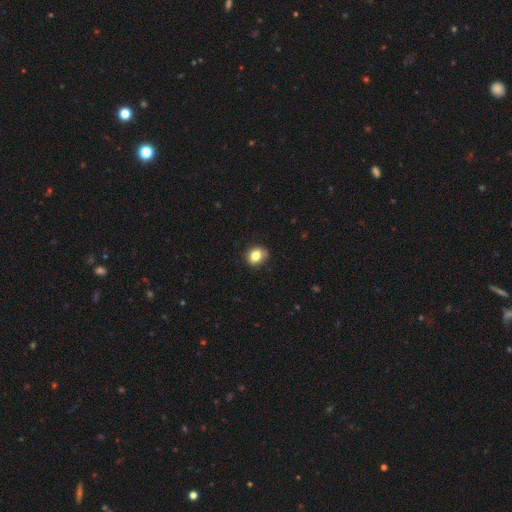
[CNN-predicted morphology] smooth 80%, star or artifact 10%, featured or disk 10%. Down the decision tree: how rounded — round (62%); merging — none (79%).